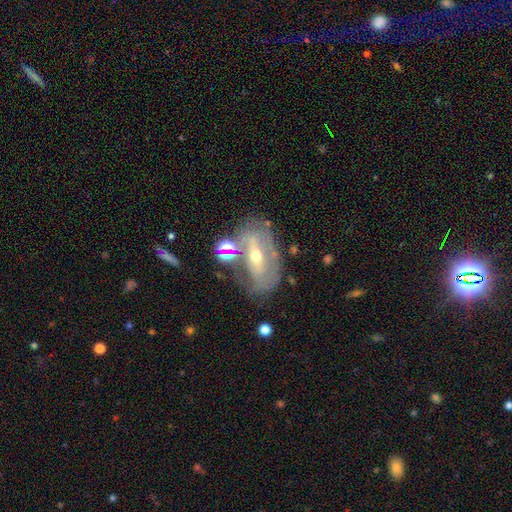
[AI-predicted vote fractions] The model was most divided on "spiral arms": no: 53%, yes: 47%. Remaining: edge-on disk — no (86%); smooth or featured — featured or disk (73%); merging — none (63%); bulge size — moderate (55%); bar — strong (44%).